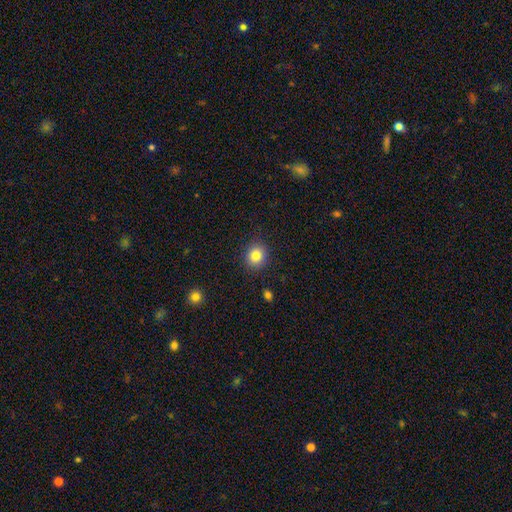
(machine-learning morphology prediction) Smooth or featured?
  - smooth: 83% *
  - star or artifact: 10%
  - featured or disk: 7%
How rounded?
  - round: 77% *
  - in between: 22%
  - cigar-shaped: 1%
Merging?
  - none: 90% *
  - minor disturbance: 7%
  - major disturbance: 2%
  - merger: 1%